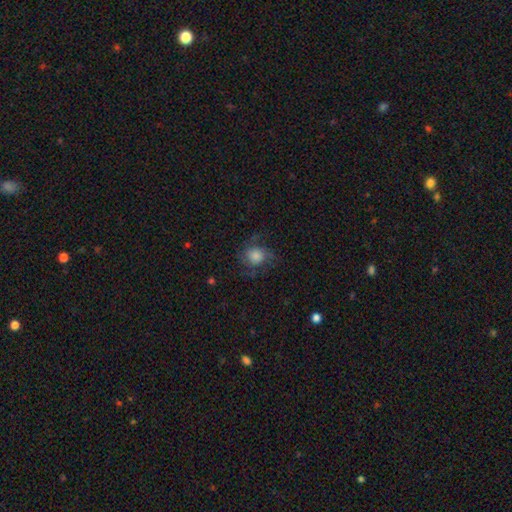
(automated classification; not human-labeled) A smooth galaxy with no disk features (48%). Merging: none (61%).